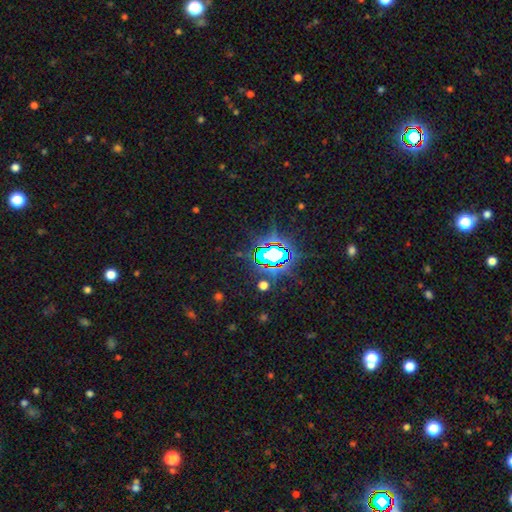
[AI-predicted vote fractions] smooth-or-featured: star or artifact: 78% | smooth: 13% | featured or disk: 9%